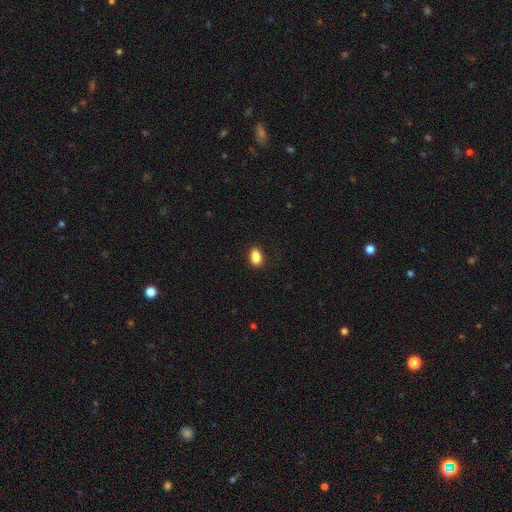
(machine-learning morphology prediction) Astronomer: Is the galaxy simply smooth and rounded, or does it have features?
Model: smooth — 88%.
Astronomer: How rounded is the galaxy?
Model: in between — 88%.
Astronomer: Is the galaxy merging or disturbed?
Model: none — 83%.